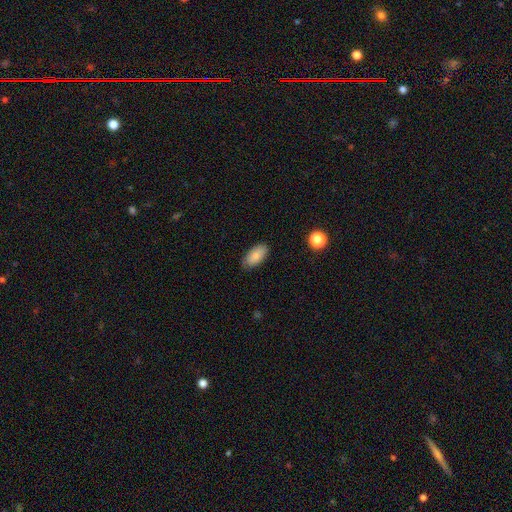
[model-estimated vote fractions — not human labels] Smooth or featured? smooth (86%)
How rounded? in between (93%)
Merging? none (84%)